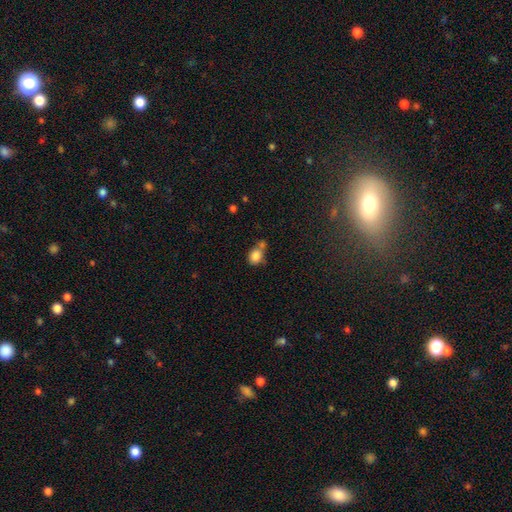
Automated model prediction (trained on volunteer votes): Overall: smooth (82%). How rounded: in between (52%; round 47%). Merging: none (40%; merger 37%).